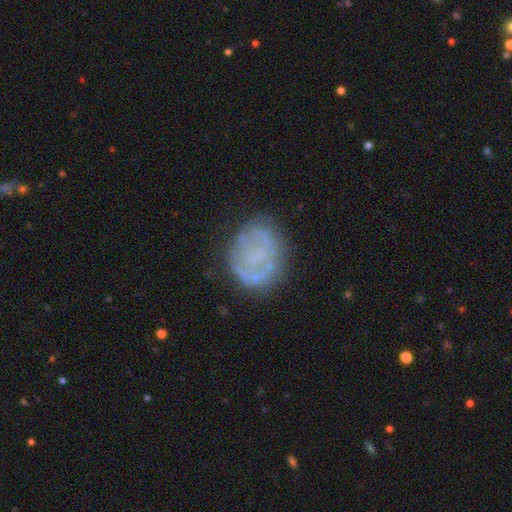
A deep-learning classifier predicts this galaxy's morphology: This appears to be a featured or disk galaxy (53%) with no bar (76%), no spiral arms (57%) and no central bulge (70%). Merging: none (72%).